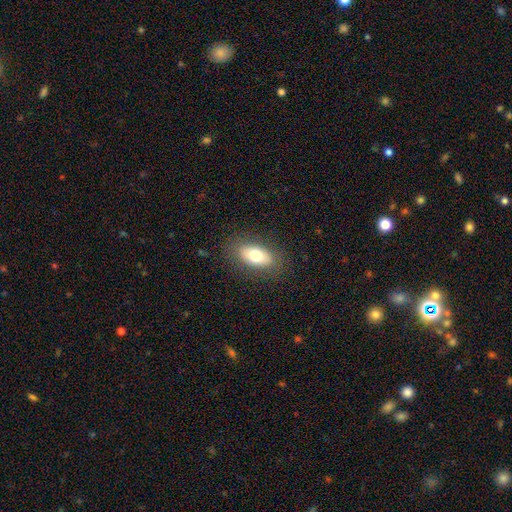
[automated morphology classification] type=smooth (74%); roundness=in between (90%); merging=none (85%).